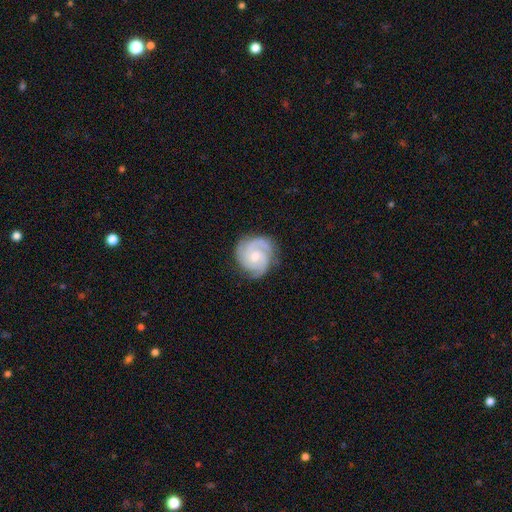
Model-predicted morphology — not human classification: This is clearly a featured or disk galaxy (87%). It is clearly not viewed edge-on (98%). Bar: likely no (66%). Spiral arm pattern: clearly yes (98%). Spiral arm count: possibly 3 (50%). Spiral winding: likely tight (66%). Central bulge: possibly moderate (49%). Merging: likely none (77%).